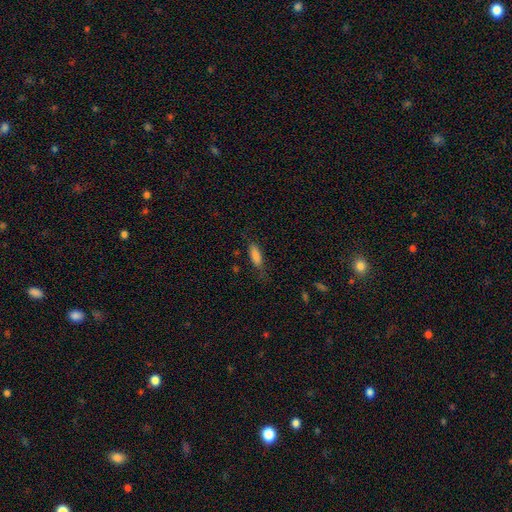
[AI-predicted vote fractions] Q: Smooth or featured?
A: smooth (80%); runner-up: featured or disk (11%)
Q: How rounded?
A: cigar-shaped (49%); tied with: in between (49%)
Q: Merging?
A: none (67%); runner-up: minor disturbance (23%)